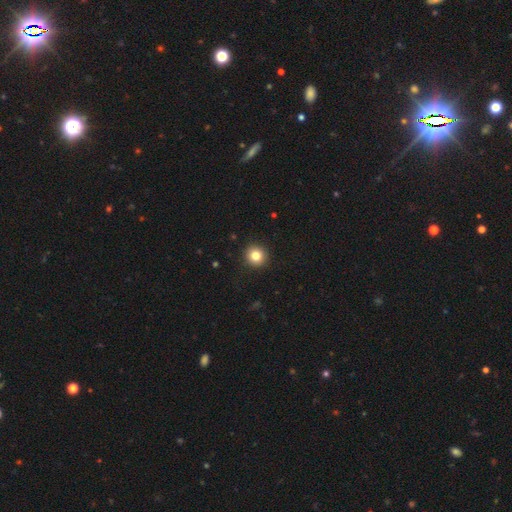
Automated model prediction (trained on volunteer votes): This is clearly a smooth galaxy (83%). How rounded: clearly round (92%). Merging: clearly none (92%).